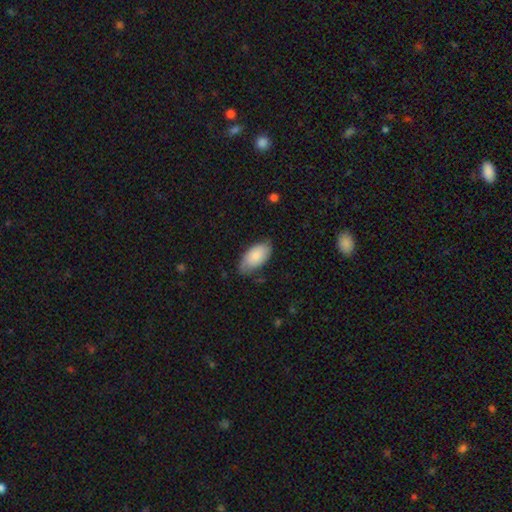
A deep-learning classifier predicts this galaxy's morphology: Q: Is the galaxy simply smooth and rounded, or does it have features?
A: smooth — 77%.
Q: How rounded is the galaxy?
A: in between — 95%.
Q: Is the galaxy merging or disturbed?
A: none — 66%.